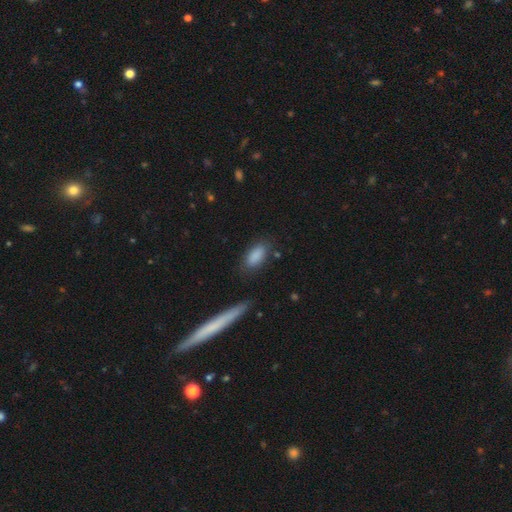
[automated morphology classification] This is clearly a smooth galaxy (87%). How rounded: clearly in between (86%). Merging: likely none (77%).